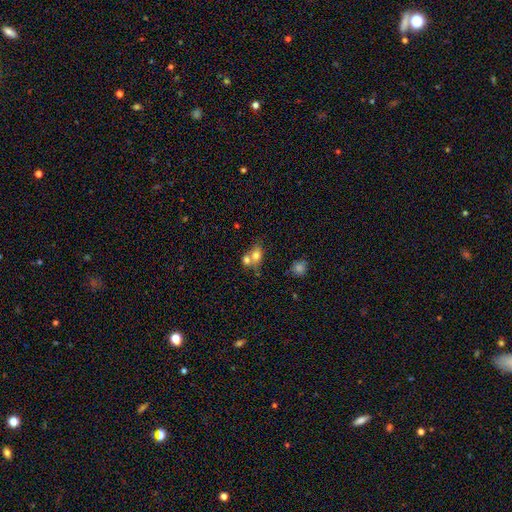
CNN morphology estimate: Smooth or featured? smooth (74%)
How rounded? in between (59%)
Merging? merger (57%)